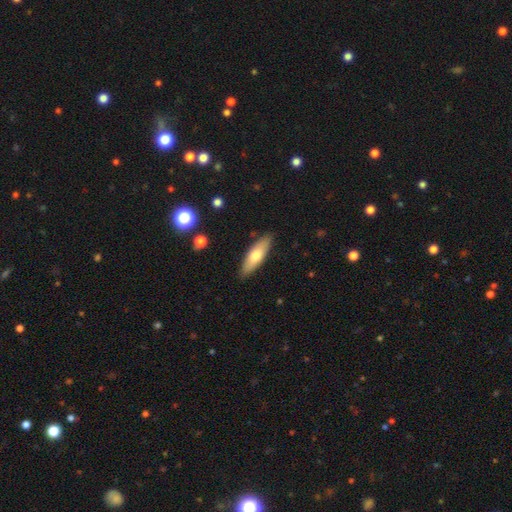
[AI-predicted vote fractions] Q: Smooth or featured?
A: smooth (65%); runner-up: featured or disk (29%)
Q: How rounded?
A: cigar-shaped (50%); runner-up: in between (48%)
Q: Merging?
A: none (87%); runner-up: minor disturbance (9%)